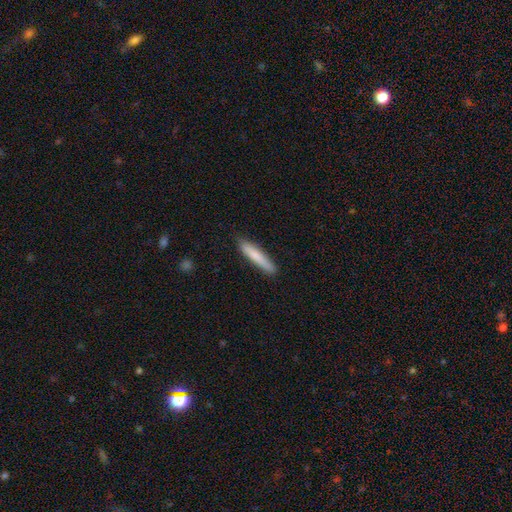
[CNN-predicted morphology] smooth_or_featured: smooth (p=0.79) [alt: featured or disk p=0.16]
how_rounded: cigar-shaped (p=0.91) [alt: in between p=0.07]
merging: none (p=0.87) [alt: minor disturbance p=0.10]